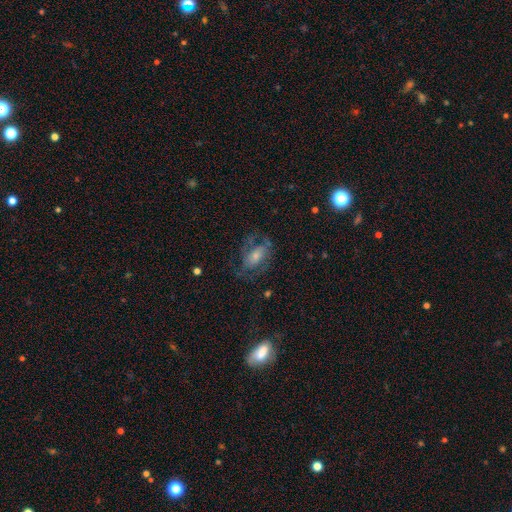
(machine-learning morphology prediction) Smooth or featured: featured or disk — 56% (smooth — 35%)
Edge-on disk: no — 95% (yes — 5%)
Bar: no — 56% (weak — 31%)
Spiral arms: yes — 72% (no — 28%)
Bulge size: small — 48% (moderate — 32%)
Merging: none — 52% (major disturbance — 25%)